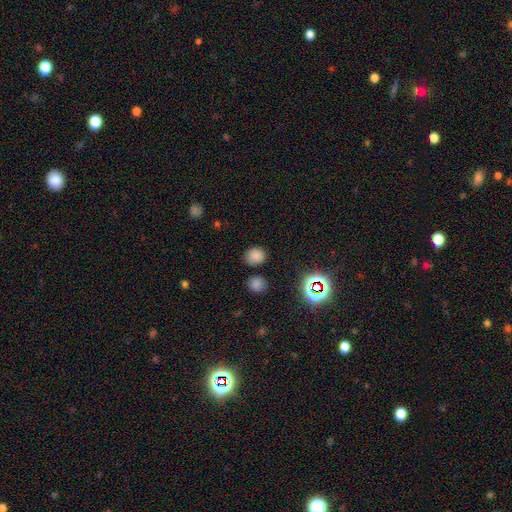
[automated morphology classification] Smooth or featured? smooth (77%)
How rounded? round (68%)
Merging? none (79%)